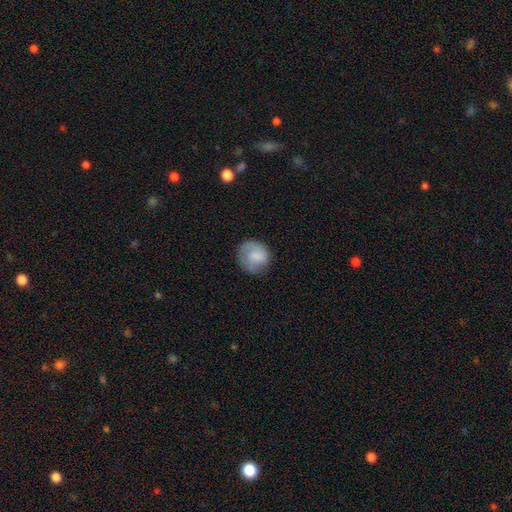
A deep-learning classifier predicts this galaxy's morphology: Smooth or featured: smooth — 75% (featured or disk — 18%)
How rounded: round — 83% (in between — 16%)
Merging: none — 68% (minor disturbance — 22%)